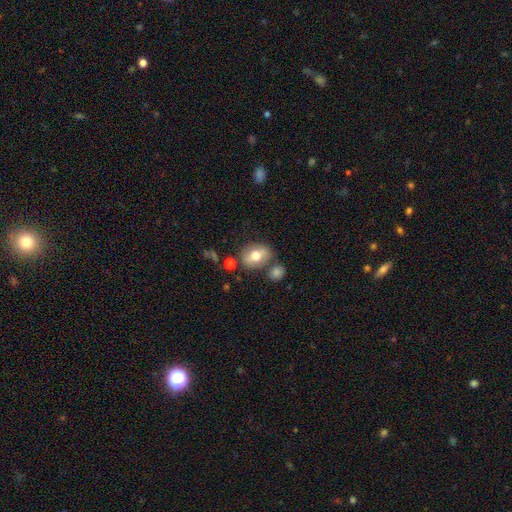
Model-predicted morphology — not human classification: Smooth or featured? Predicted: smooth (p=0.66). How rounded? Predicted: in between (p=0.60). Merging? Predicted: none (p=0.68).